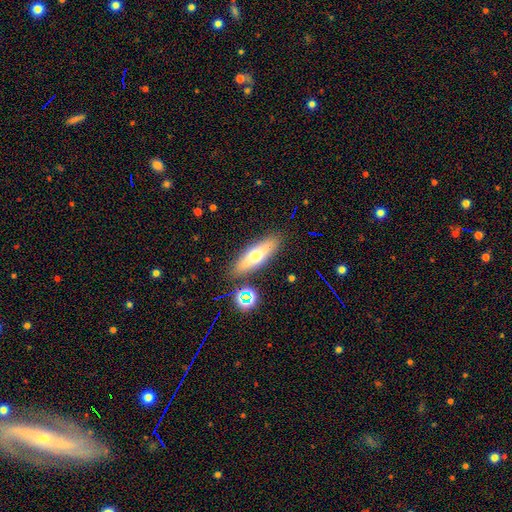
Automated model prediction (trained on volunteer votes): This appears to be a smooth galaxy with no disk features (55%) that is cigar-shaped (52%). Merging: none (85%).